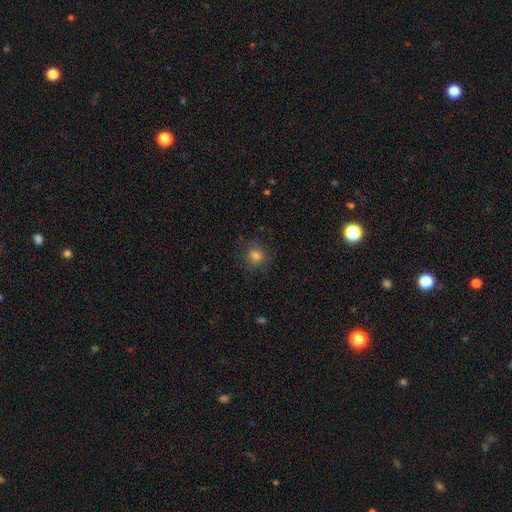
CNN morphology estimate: This is likely a smooth galaxy (75%). How rounded: clearly round (84%). Merging: clearly none (80%).